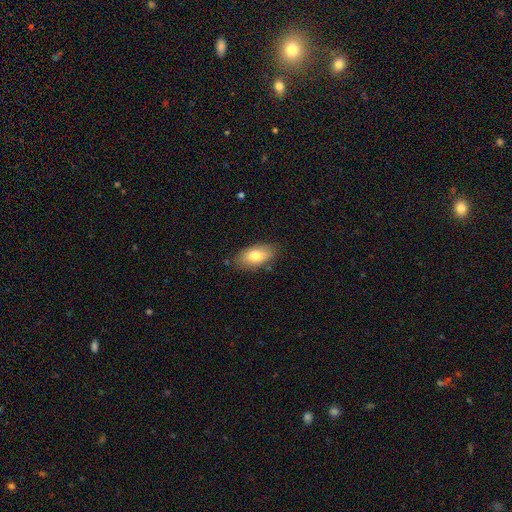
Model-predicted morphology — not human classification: Smooth or featured: smooth — 79% (featured or disk — 14%)
How rounded: in between — 91% (cigar-shaped — 5%)
Merging: none — 81% (minor disturbance — 14%)